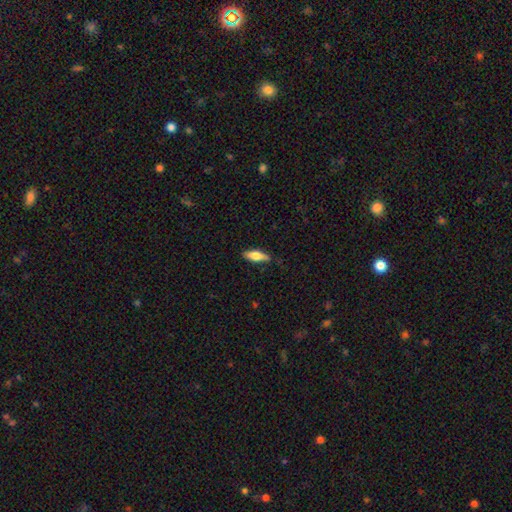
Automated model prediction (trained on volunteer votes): Q: Smooth or featured?
A: smooth (67%); runner-up: featured or disk (27%)
Q: How rounded?
A: in between (62%); runner-up: cigar-shaped (36%)
Q: Merging?
A: none (78%); runner-up: minor disturbance (17%)